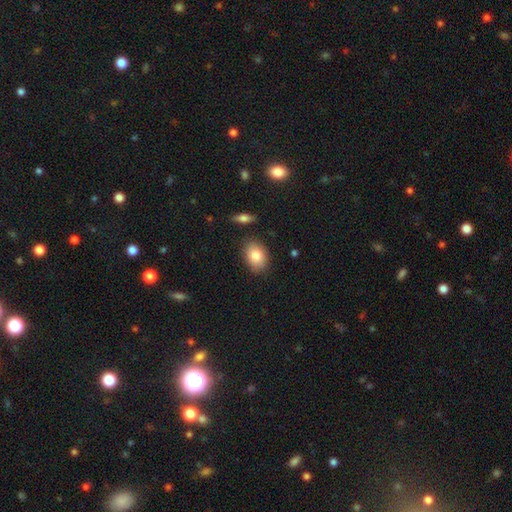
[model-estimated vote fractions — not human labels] smooth-or-featured: smooth: 84% | featured or disk: 8% | star or artifact: 7%
  how-rounded: in between: 82% | round: 17% | cigar-shaped: 1%
  merging: none: 84% | minor disturbance: 12% | major disturbance: 2% | merger: 2%